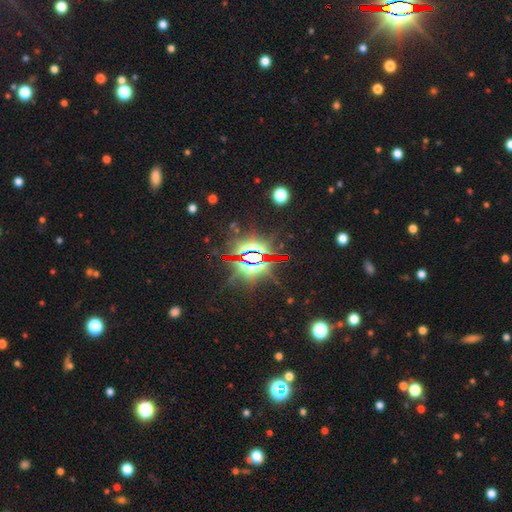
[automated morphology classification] smooth_or_featured: star or artifact (p=0.81) [alt: featured or disk p=0.11]